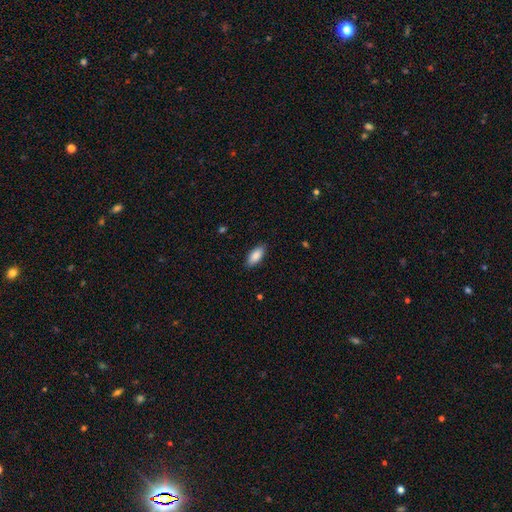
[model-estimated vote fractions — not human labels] smooth-or-featured: smooth: 88% | star or artifact: 6% | featured or disk: 6%
  how-rounded: in between: 87% | cigar-shaped: 11% | round: 2%
  merging: none: 88% | minor disturbance: 9% | major disturbance: 2% | merger: 1%